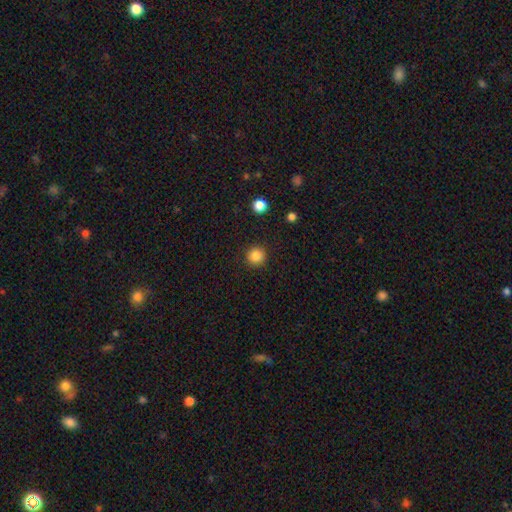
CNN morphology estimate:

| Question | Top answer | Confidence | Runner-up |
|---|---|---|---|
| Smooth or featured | smooth | 86% | star or artifact (11%) |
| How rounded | round | 95% | in between (4%) |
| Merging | none | 92% | minor disturbance (5%) |